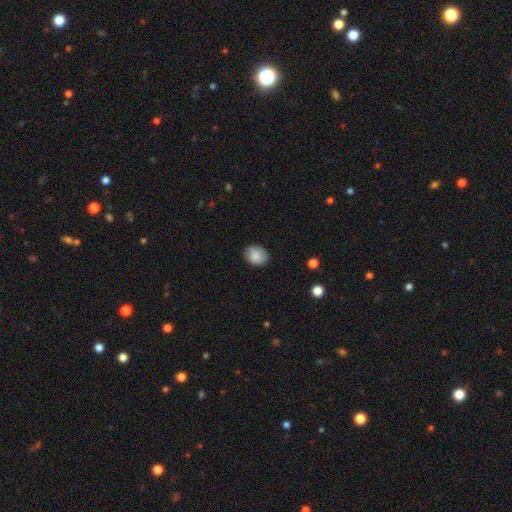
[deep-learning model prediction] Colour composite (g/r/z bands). It shows a smooth galaxy with no disk features (86%) that is in between round and cigar-shaped (54%). Merging: none (83%).